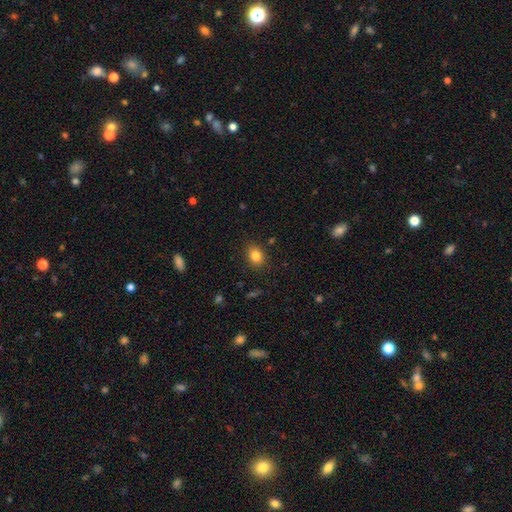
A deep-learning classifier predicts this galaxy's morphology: This appears to be a smooth galaxy with no disk features (83%) that is in between round and cigar-shaped (62%). Merging: none (85%).